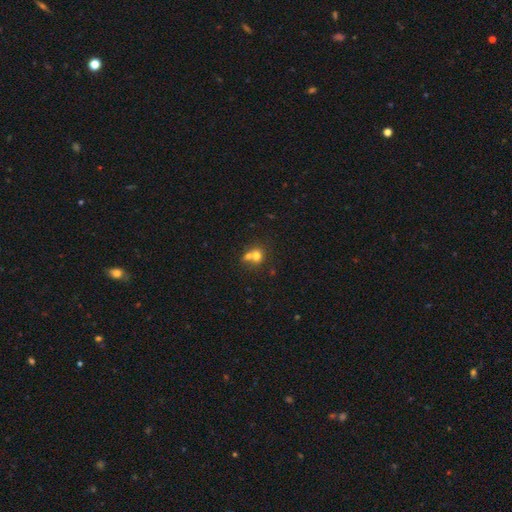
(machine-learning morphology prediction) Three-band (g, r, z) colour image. It shows a smooth galaxy with no disk features (69%) that is round (73%). Merging: merger (56%).